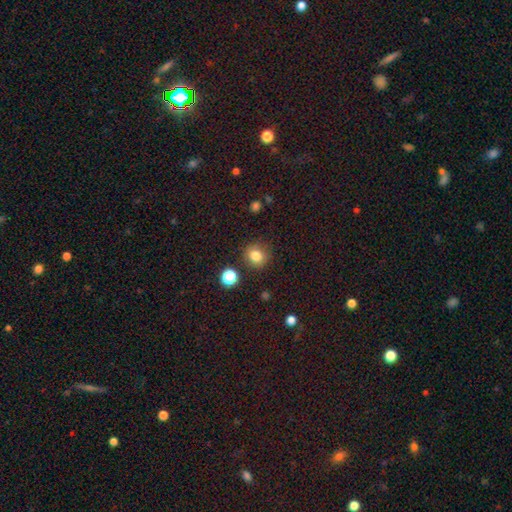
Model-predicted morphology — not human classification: type=smooth (81%); roundness=round (83%); merging=none (85%).